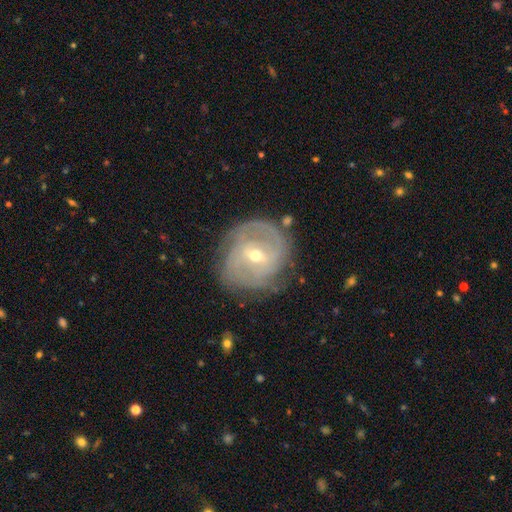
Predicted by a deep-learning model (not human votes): Smooth or featured? Predicted: featured or disk (p=0.83). Edge-on disk? Predicted: no (p=0.97). Bar? Predicted: weak (p=0.51). Spiral arms? Predicted: yes (p=0.91). Spiral winding? Predicted: tight (p=0.59). Spiral arm count? Predicted: 2 (p=0.37). Bulge size? Predicted: small (p=0.52). Merging? Predicted: none (p=0.72).